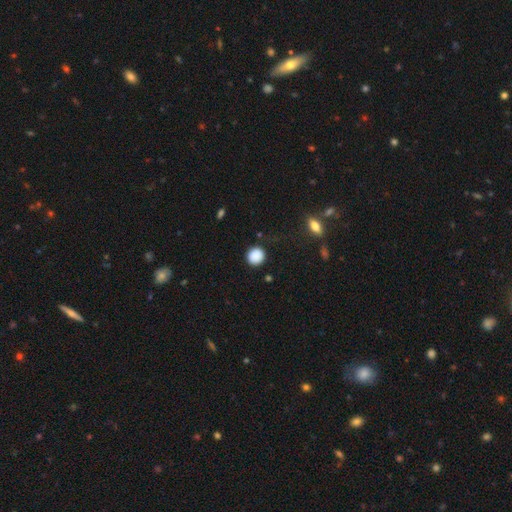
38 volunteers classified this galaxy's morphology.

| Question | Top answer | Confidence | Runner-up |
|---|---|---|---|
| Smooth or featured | smooth | 92% | star or artifact (8%) |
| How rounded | round | 100% | — |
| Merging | none | 97% | major disturbance (3%) |